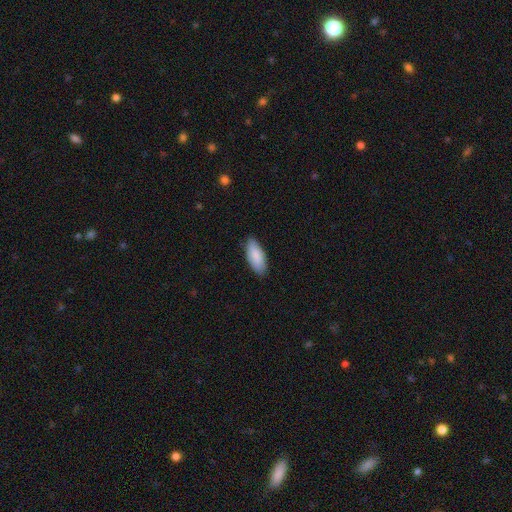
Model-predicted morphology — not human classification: A smooth galaxy with no disk features (87%) that is in between round and cigar-shaped (84%). Merging: none (84%).